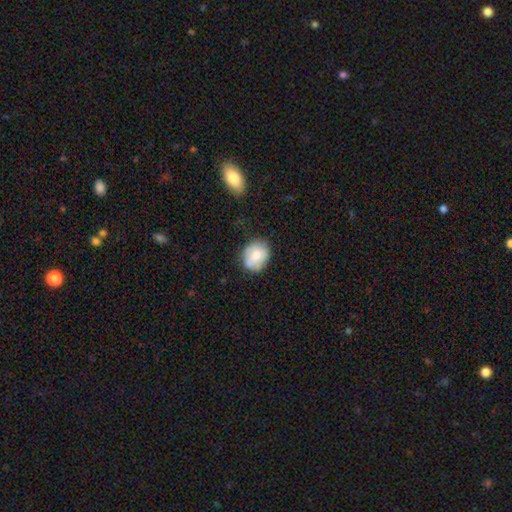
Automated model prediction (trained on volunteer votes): This appears to be a smooth galaxy with no disk features (72%) that is round (59%). Merging: none (67%).